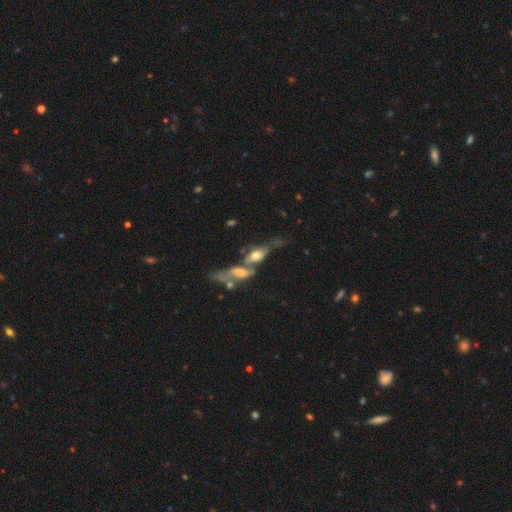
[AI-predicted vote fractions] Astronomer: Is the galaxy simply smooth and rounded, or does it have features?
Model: featured or disk — 46% (runner-up: smooth, 43%).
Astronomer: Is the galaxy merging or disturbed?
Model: merger — 58%.